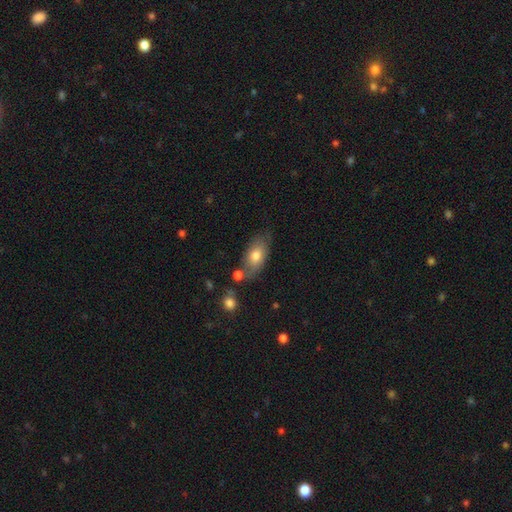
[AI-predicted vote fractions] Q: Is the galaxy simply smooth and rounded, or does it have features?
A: smooth — 74%.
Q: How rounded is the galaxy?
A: in between — 88%.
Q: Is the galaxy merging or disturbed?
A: none — 62%.